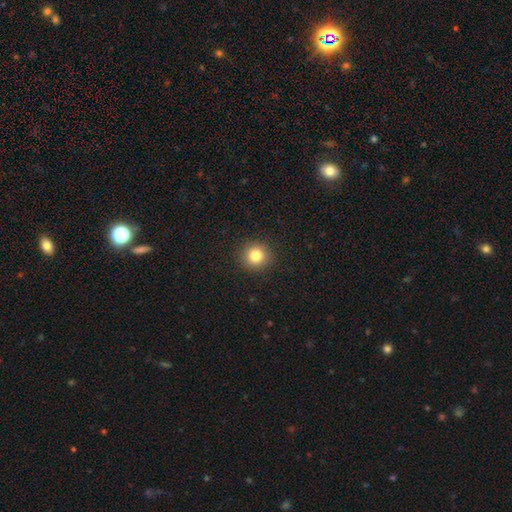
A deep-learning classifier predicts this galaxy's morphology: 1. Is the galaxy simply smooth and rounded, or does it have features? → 82% smooth, 11% star or artifact, 6% featured or disk.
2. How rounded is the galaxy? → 93% round, 6% in between, 1% cigar-shaped.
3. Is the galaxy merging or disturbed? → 91% none, 6% minor disturbance, 2% major disturbance, 1% merger.